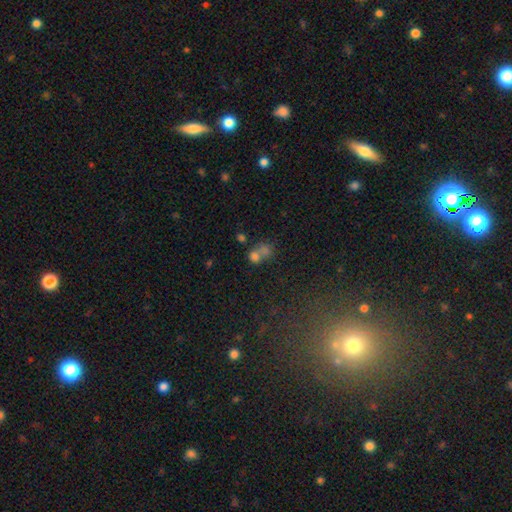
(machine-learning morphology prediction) Smooth or featured? smooth (62%)
How rounded? round (67%)
Merging? merger (54%)